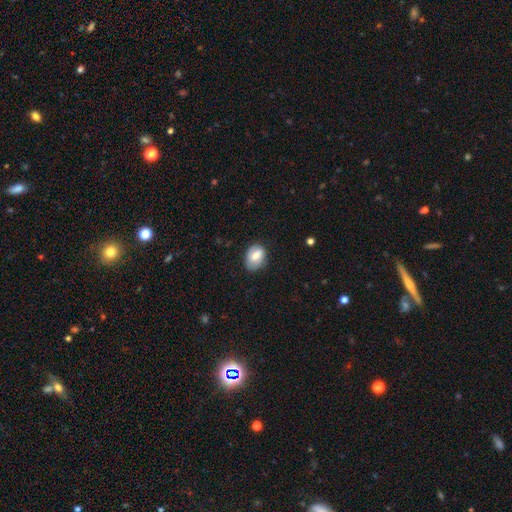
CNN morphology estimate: Overall: smooth (64%; featured or disk 28%). How rounded: in between (74%). Merging: none (71%).